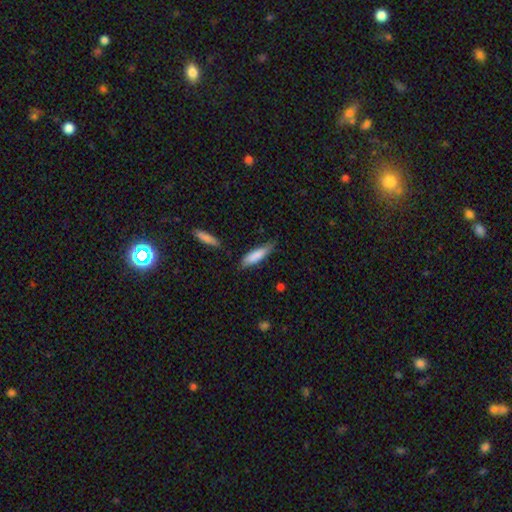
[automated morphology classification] type=smooth (83%); roundness=cigar-shaped (68%); merging=none (71%).